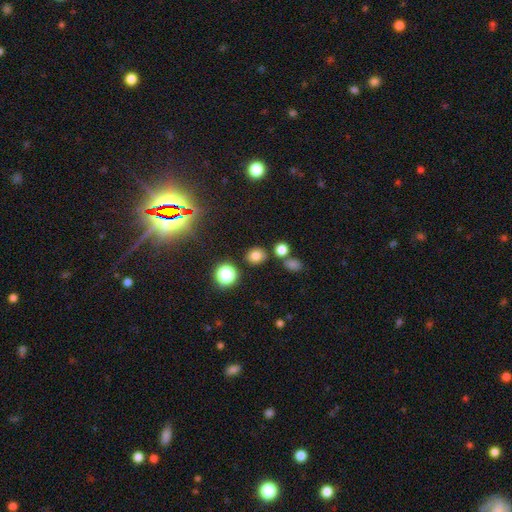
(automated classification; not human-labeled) A smooth galaxy with no disk features (75%) that is round (71%). Merging: none (82%).